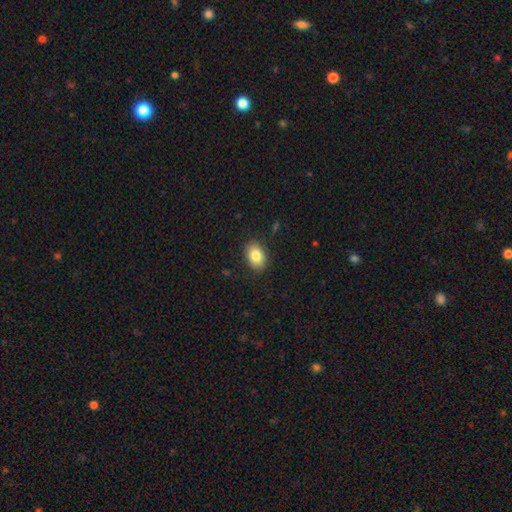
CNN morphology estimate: Smooth or featured: smooth — 84% (featured or disk — 8%)
How rounded: in between — 81% (round — 18%)
Merging: none — 88% (minor disturbance — 9%)